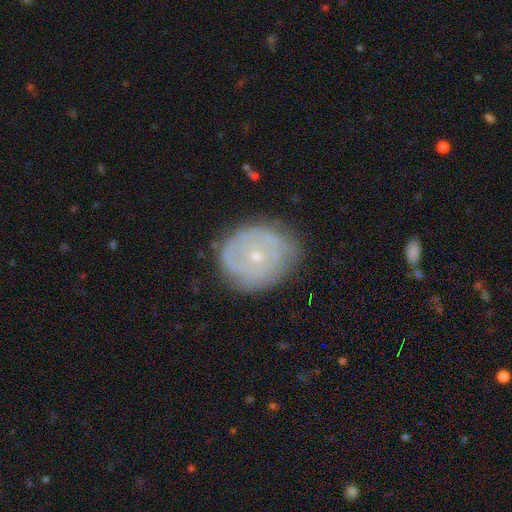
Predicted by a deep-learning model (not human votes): A featured or disk galaxy (71%) with no bar (82%), tight (69%) spiral arms (80%) and a small central bulge (76%).

Vote fractions:
- Smooth or featured? featured or disk: 71% / smooth: 22% / star or artifact: 7%
- Edge-on disk? no: 97% / yes: 3%
- Bar? no: 82% / weak: 15% / strong: 3%
- Spiral arms? yes: 80% / no: 20%
- Spiral winding? tight: 69% / medium: 23% / loose: 8%
- Spiral arm count? can't tell: 42% / 2: 28% / 3: 13% / 1: 6% / 4: 6% / more than 4: 5%
- Bulge size? small: 76% / moderate: 20% / none: 1% / large: 1% / dominant: 1%
- Merging? none: 75% / minor disturbance: 18% / major disturbance: 5% / merger: 1%